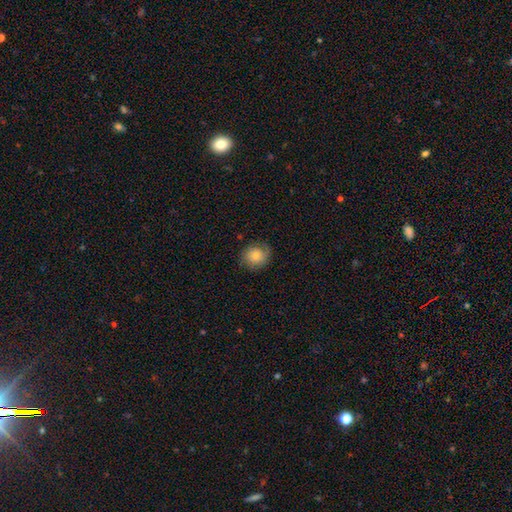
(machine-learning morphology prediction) Smooth or featured? smooth (75%)
How rounded? round (77%)
Merging? none (74%)